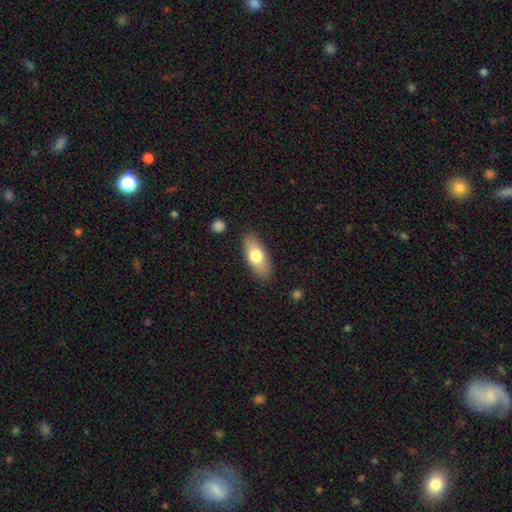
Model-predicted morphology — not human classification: Smooth or featured: smooth — 71% (featured or disk — 22%)
How rounded: in between — 79% (cigar-shaped — 17%)
Merging: none — 86% (minor disturbance — 10%)